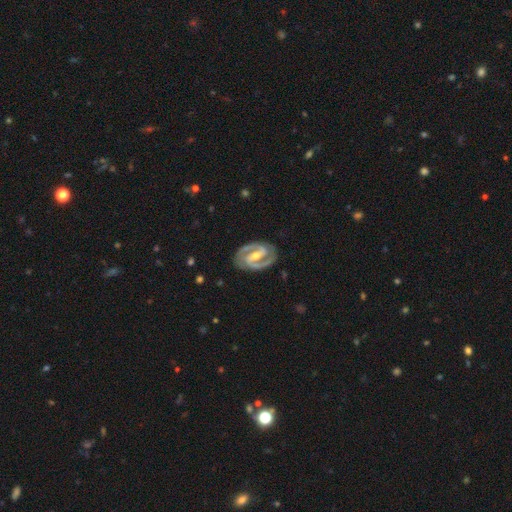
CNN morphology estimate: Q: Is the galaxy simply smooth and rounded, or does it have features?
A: featured or disk — 93%.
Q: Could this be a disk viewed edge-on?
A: no — 98%.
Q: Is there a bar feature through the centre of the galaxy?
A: strong — 54%.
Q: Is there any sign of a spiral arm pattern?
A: yes — 98%.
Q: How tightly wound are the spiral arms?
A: medium — 52%.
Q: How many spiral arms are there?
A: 2 — 94%.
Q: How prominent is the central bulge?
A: moderate — 57%.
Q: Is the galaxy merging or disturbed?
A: none — 85%.